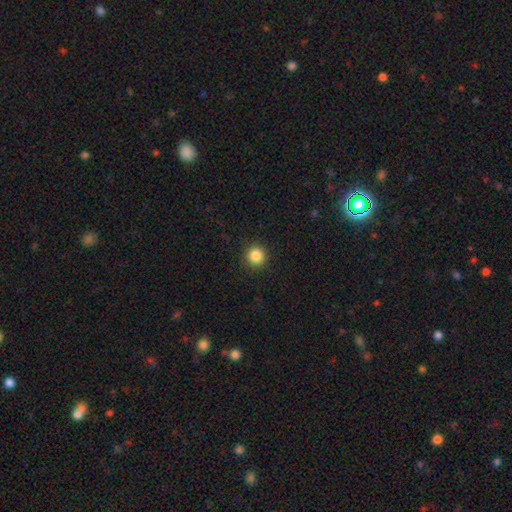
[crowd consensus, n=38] smooth 92%, star or artifact 8%, featured or disk 0%. Down the decision tree: how rounded — round (97%); merging — none (91%).